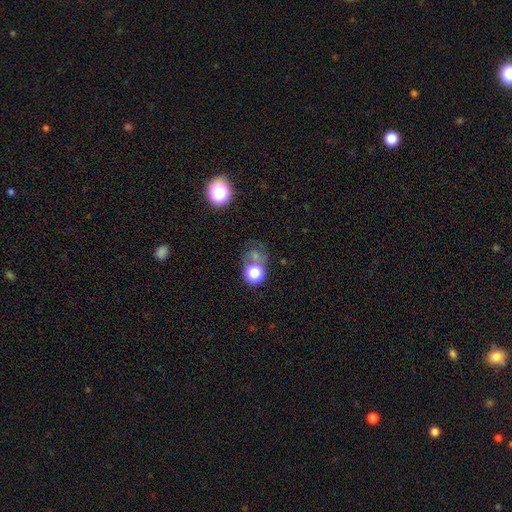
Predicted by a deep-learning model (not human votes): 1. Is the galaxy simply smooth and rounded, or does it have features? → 45% smooth, 37% star or artifact, 17% featured or disk.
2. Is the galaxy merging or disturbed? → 53% none, 19% merger, 14% minor disturbance, 14% major disturbance.